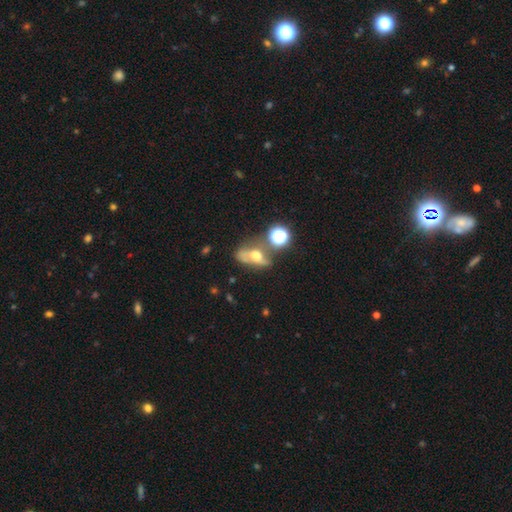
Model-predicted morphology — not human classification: Q: Smooth or featured?
A: featured or disk (43%); runner-up: smooth (39%)
Q: Merging?
A: none (34%); runner-up: merger (24%)